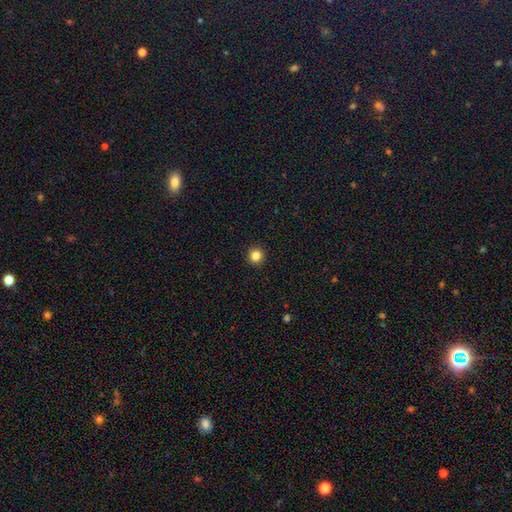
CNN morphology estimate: A smooth galaxy with no disk features (84%) that is round (96%).

Vote fractions:
- Smooth or featured? smooth: 84% / star or artifact: 12% / featured or disk: 4%
- How rounded? round: 96% / in between: 3% / cigar-shaped: 1%
- Merging? none: 94% / minor disturbance: 4% / major disturbance: 1% / merger: 1%